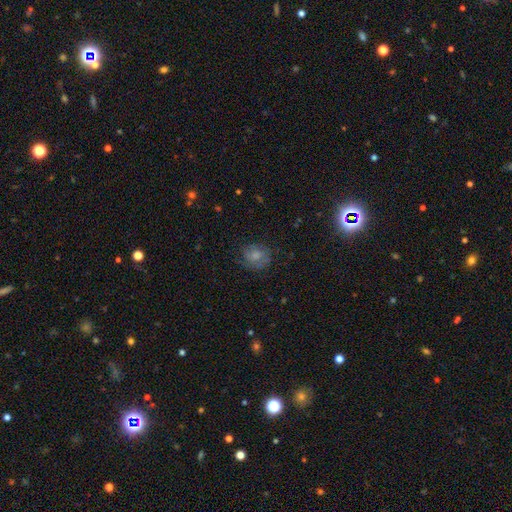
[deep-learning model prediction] A smooth galaxy with no disk features (63%) that is round (61%). Merging: none (68%).